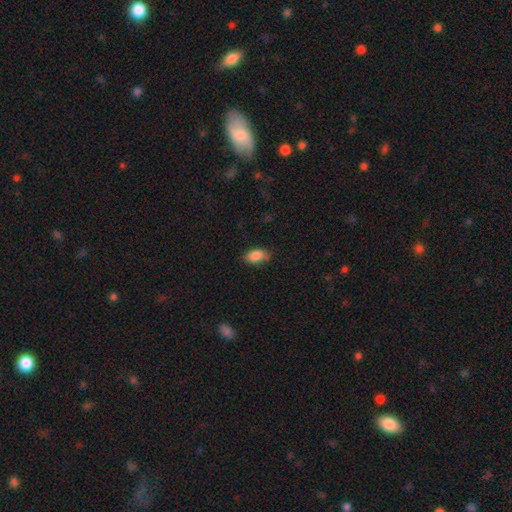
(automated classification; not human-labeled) Q: Smooth or featured?
A: smooth (87%); runner-up: star or artifact (8%)
Q: How rounded?
A: in between (91%); runner-up: round (7%)
Q: Merging?
A: none (75%); runner-up: minor disturbance (20%)